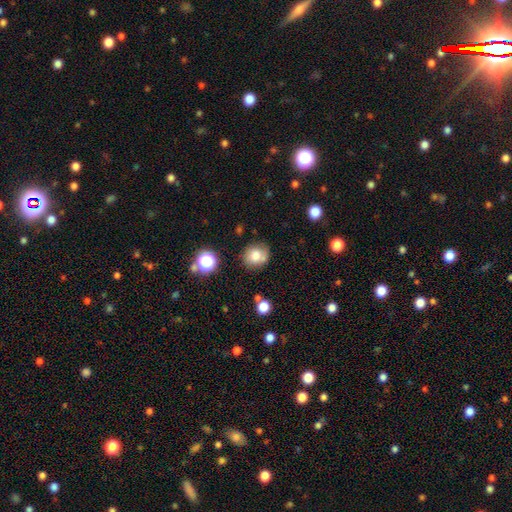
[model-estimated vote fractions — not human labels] Smooth or featured? smooth (75%)
How rounded? round (79%)
Merging? none (70%)